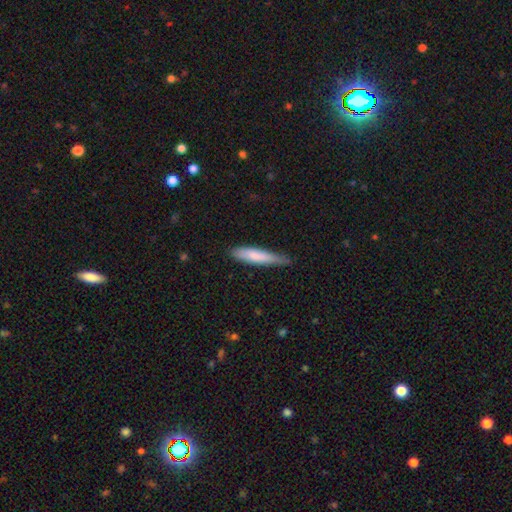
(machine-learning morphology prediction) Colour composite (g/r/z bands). It shows a smooth galaxy with no disk features (76%) that is cigar-shaped (84%). Merging: none (62%).